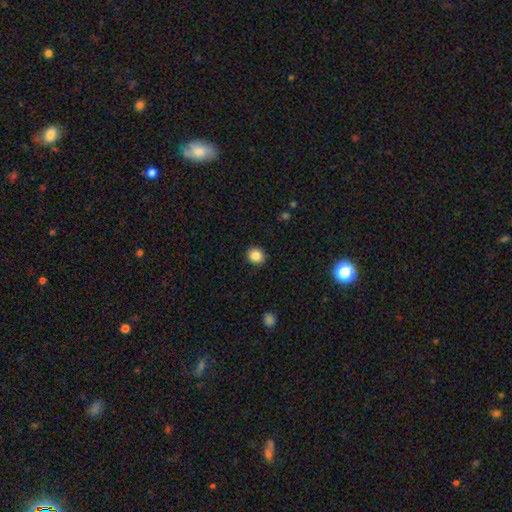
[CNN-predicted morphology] smooth-or-featured: smooth: 86% | star or artifact: 10% | featured or disk: 4%
  how-rounded: round: 82% | in between: 17% | cigar-shaped: 1%
  merging: none: 91% | minor disturbance: 6% | major disturbance: 2% | merger: 1%